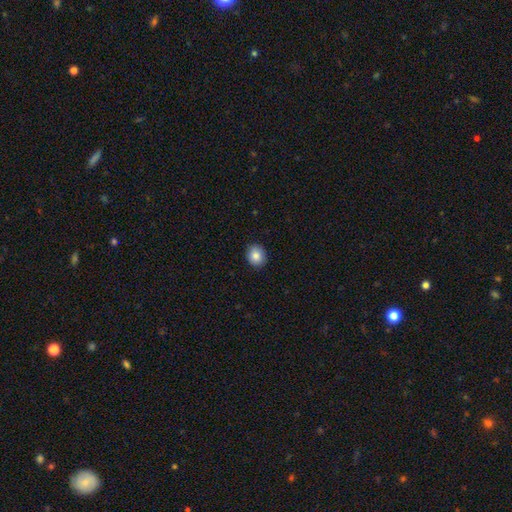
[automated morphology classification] This appears to be a smooth galaxy with no disk features (84%) that is round (74%). Merging: none (90%).